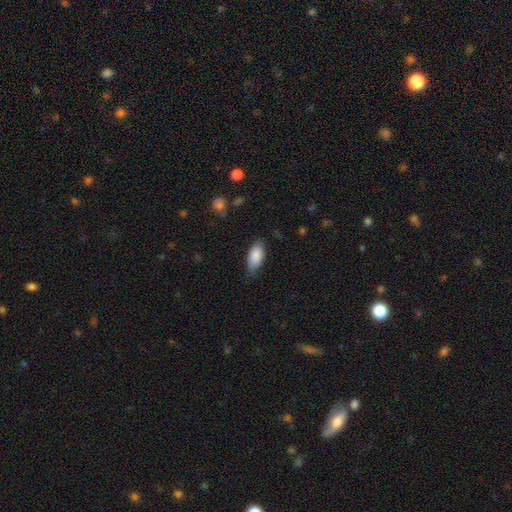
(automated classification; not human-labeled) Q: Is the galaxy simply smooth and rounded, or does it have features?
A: smooth — 87%.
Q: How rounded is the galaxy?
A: in between — 89%.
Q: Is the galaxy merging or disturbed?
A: none — 70%.